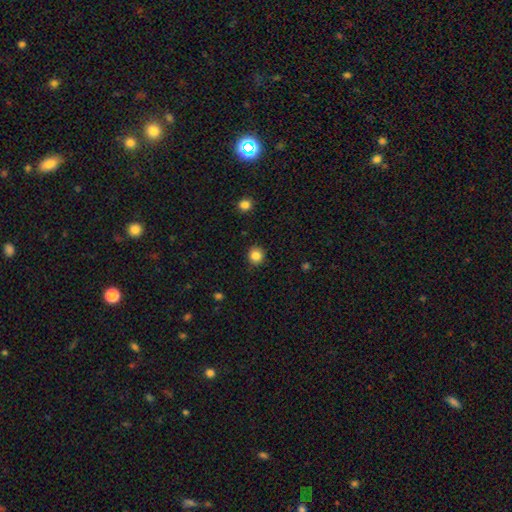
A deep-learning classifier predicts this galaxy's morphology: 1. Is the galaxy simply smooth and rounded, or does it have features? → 85% smooth, 11% star or artifact, 5% featured or disk.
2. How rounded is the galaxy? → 89% round, 10% in between, 1% cigar-shaped.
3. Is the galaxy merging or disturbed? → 90% none, 7% minor disturbance, 2% major disturbance, 1% merger.